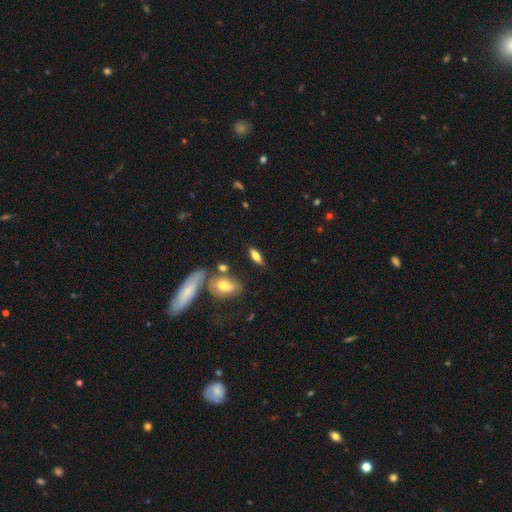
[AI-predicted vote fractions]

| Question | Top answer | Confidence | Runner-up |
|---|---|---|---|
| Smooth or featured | smooth | 66% | featured or disk (26%) |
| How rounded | in between | 68% | cigar-shaped (28%) |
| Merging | none | 72% | minor disturbance (15%) |